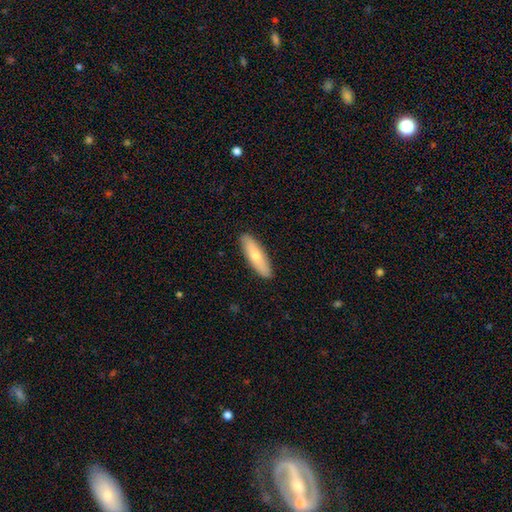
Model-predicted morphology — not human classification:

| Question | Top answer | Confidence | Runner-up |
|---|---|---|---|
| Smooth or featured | smooth | 67% | featured or disk (27%) |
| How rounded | cigar-shaped | 58% | in between (40%) |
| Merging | none | 90% | minor disturbance (8%) |